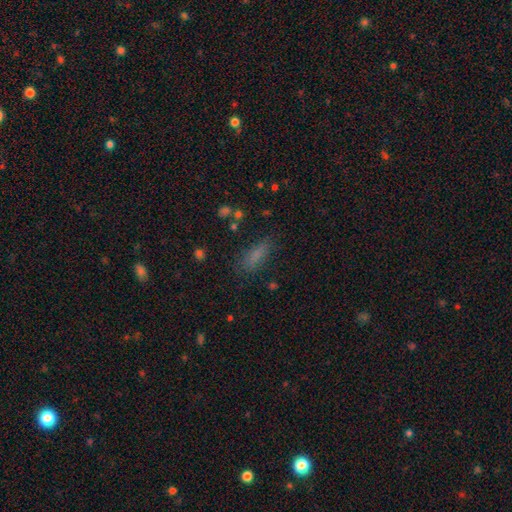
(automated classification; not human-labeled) smooth 75%, star or artifact 16%, featured or disk 10%. Down the decision tree: how rounded — in between (55%); merging — none (72%).